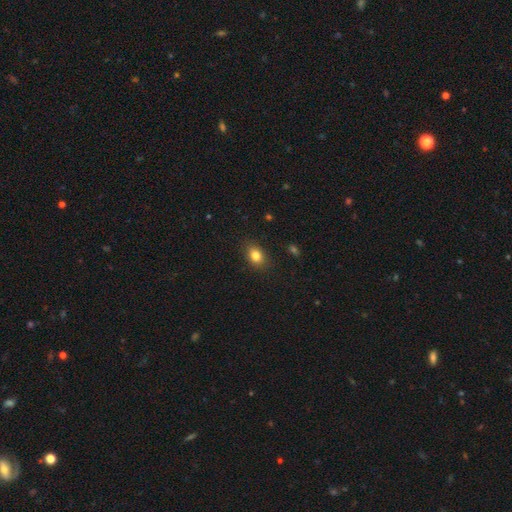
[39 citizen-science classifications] smooth 90%, star or artifact 8%, featured or disk 3%. Down the decision tree: how rounded — in between (89%); merging — none (81%).